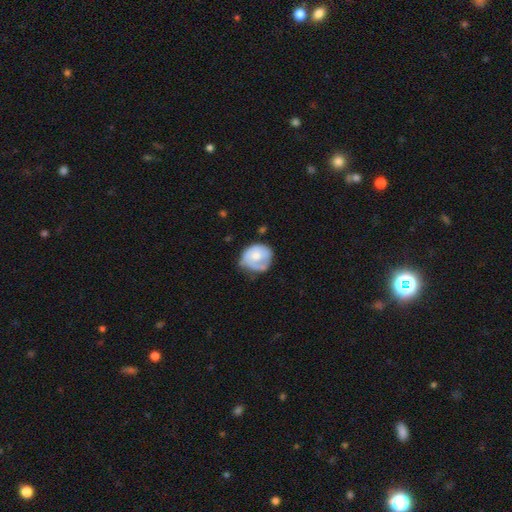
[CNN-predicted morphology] This is possibly a featured or disk galaxy (48%). Merging: possibly none (45%).